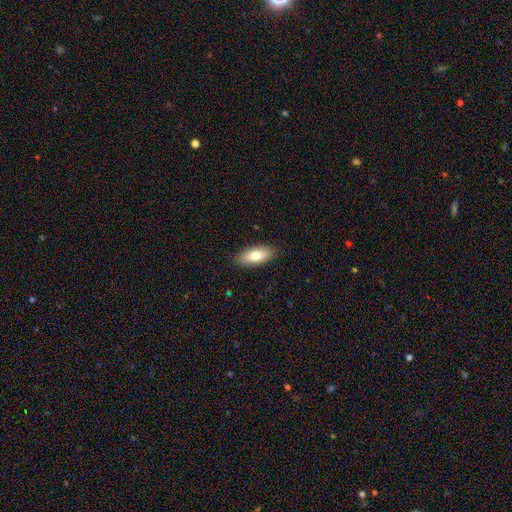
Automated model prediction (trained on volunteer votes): This is likely a smooth galaxy (75%). How rounded: clearly in between (81%). Merging: clearly none (89%).